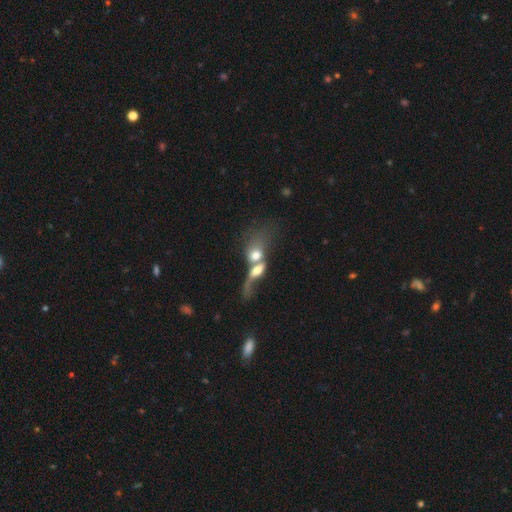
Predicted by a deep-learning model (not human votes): Q: Smooth or featured?
A: smooth (52%); runner-up: featured or disk (39%)
Q: How rounded?
A: in between (61%); runner-up: round (25%)
Q: Merging?
A: merger (76%); runner-up: major disturbance (11%)